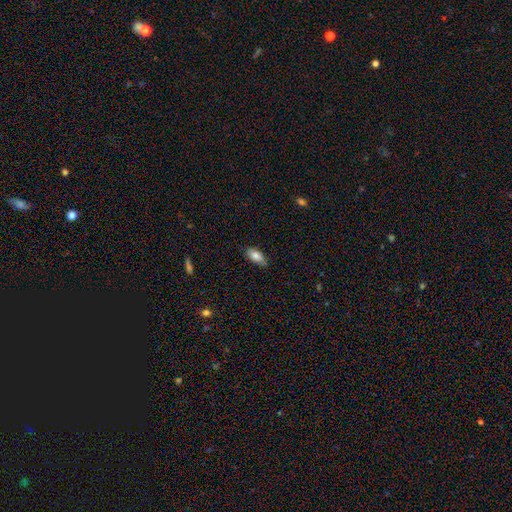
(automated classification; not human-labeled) smooth_or_featured: smooth (p=0.81) [alt: featured or disk p=0.12]
how_rounded: in between (p=0.91) [alt: cigar-shaped p=0.07]
merging: none (p=0.79) [alt: minor disturbance p=0.17]